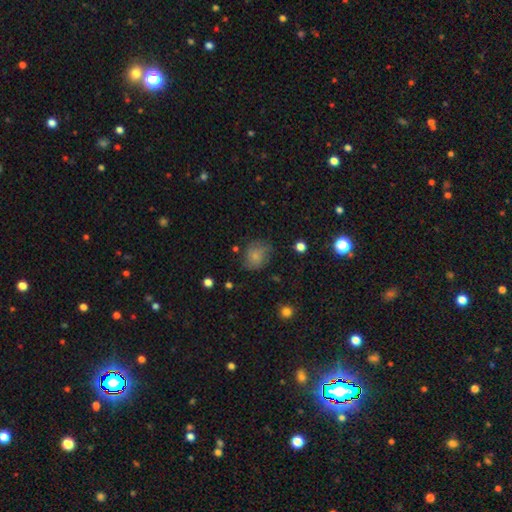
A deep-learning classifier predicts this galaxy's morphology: Overall: smooth (70%). How rounded: round (60%; in between 39%). Merging: none (62%; minor disturbance 25%).